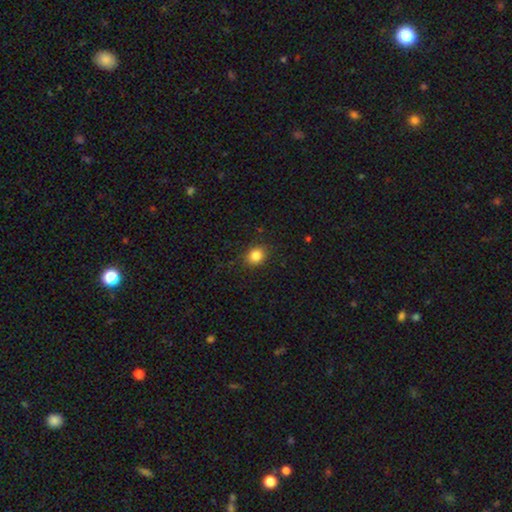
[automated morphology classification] Overall: smooth (84%). How rounded: round (64%; in between 35%). Merging: none (85%).